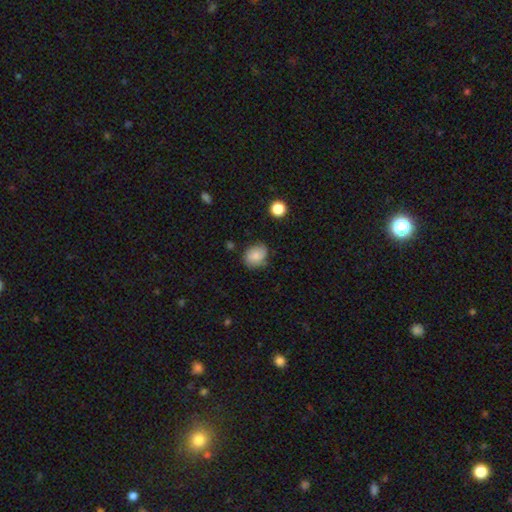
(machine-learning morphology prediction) This appears to be a smooth galaxy with no disk features (76%) that is round (53%). Merging: none (69%).